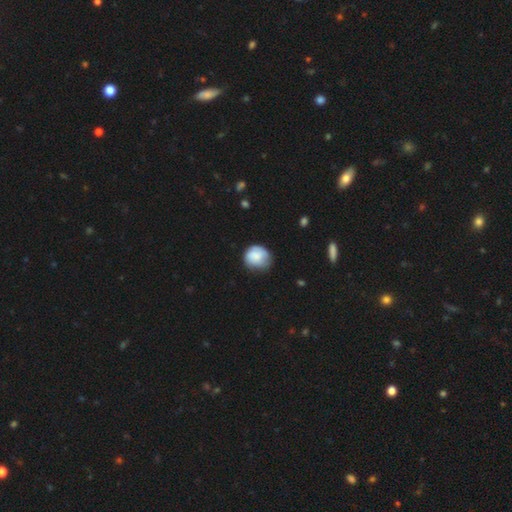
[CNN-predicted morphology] type=smooth (78%); roundness=round (78%); merging=none (57%).